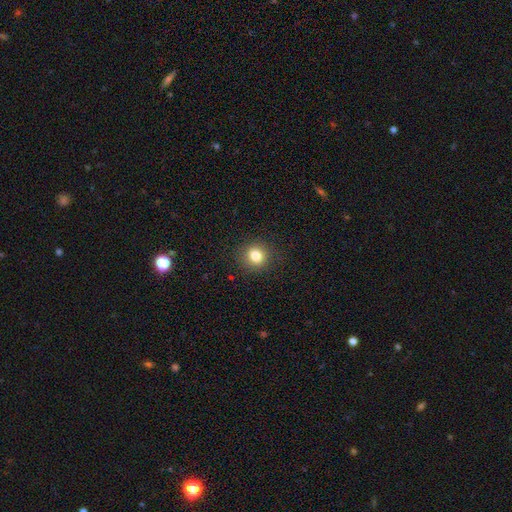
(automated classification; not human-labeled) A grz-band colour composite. It shows a smooth galaxy with no disk features (82%) that is round (82%). Merging: none (89%).